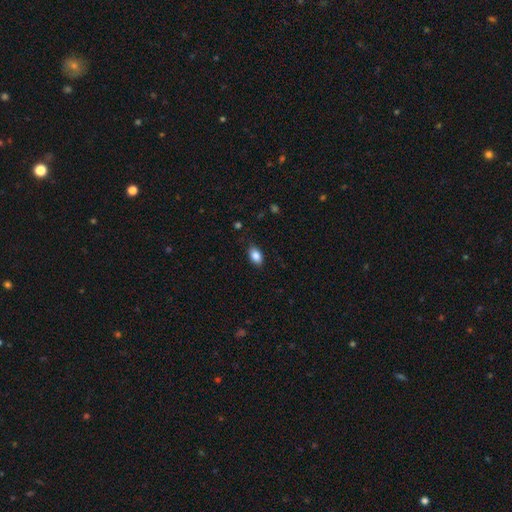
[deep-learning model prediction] Q: Smooth or featured?
A: smooth (86%); runner-up: star or artifact (8%)
Q: How rounded?
A: in between (88%); runner-up: round (10%)
Q: Merging?
A: none (84%); runner-up: minor disturbance (13%)